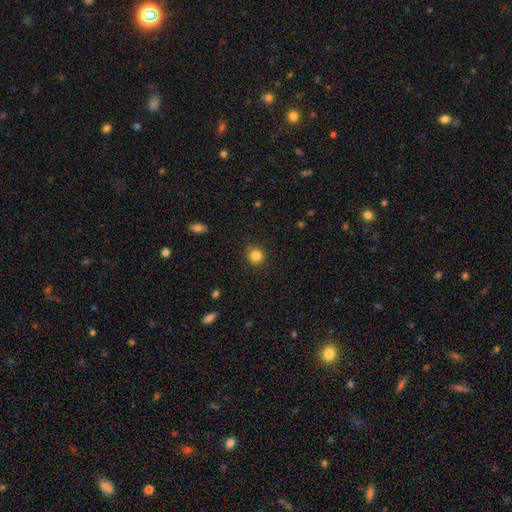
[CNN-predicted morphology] Smooth or featured?
  - smooth: 83% *
  - star or artifact: 12%
  - featured or disk: 5%
How rounded?
  - round: 93% *
  - in between: 6%
  - cigar-shaped: 1%
Merging?
  - none: 86% *
  - minor disturbance: 10%
  - major disturbance: 3%
  - merger: 1%